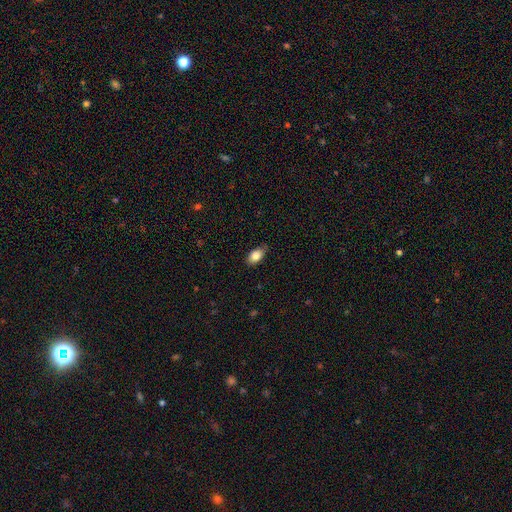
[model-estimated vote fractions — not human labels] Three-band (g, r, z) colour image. It shows a smooth galaxy with no disk features (83%) that is in between round and cigar-shaped (90%). Merging: none (80%).